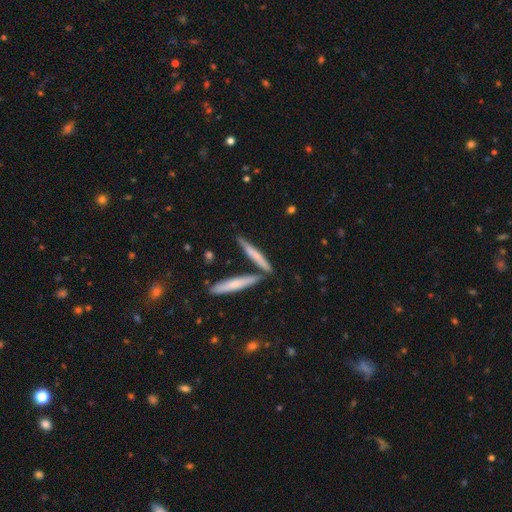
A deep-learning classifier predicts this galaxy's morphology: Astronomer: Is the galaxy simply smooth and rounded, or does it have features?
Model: smooth — 58% (runner-up: featured or disk, 35%).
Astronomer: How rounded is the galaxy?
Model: cigar-shaped — 91%.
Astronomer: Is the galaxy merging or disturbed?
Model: none — 72%.